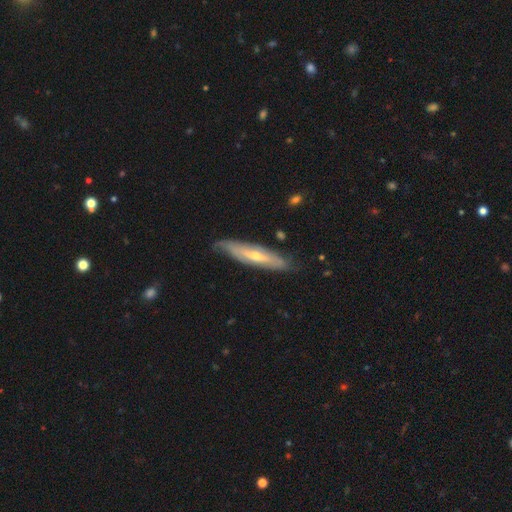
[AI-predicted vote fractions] Smooth or featured? Predicted: featured or disk (p=0.57). Edge-on disk? Predicted: yes (p=0.75). Merging? Predicted: none (p=0.86).